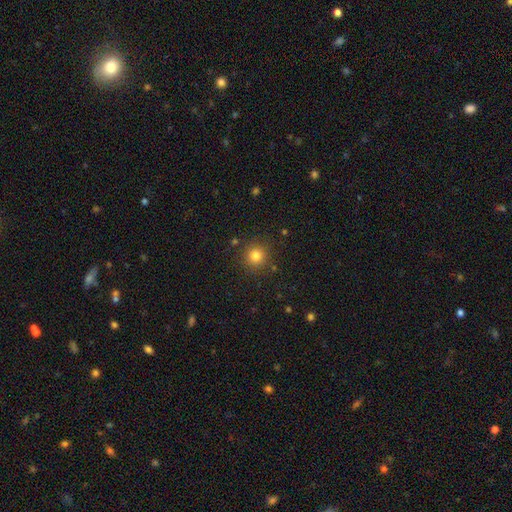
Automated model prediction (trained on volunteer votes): This appears to be a smooth galaxy with no disk features (80%) that is round (94%). Merging: none (87%).